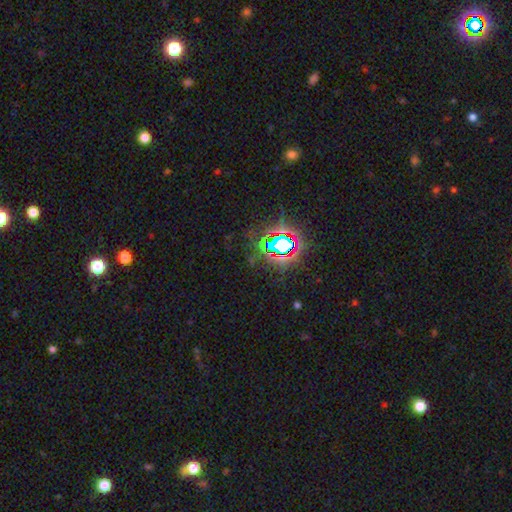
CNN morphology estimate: Smooth or featured? star or artifact (79%)